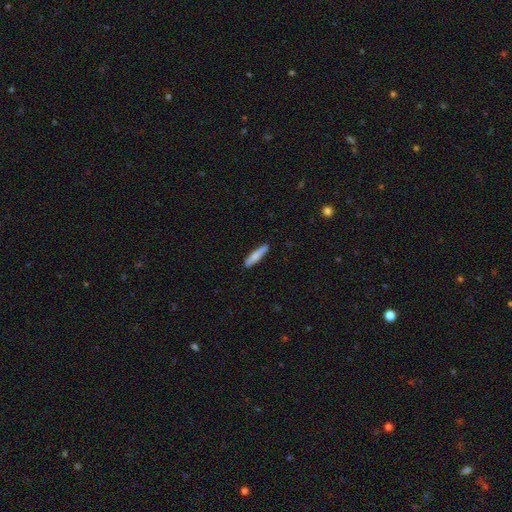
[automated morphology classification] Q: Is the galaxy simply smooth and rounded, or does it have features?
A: smooth — 76%.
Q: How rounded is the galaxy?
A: cigar-shaped — 89%.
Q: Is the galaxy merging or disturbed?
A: none — 89%.